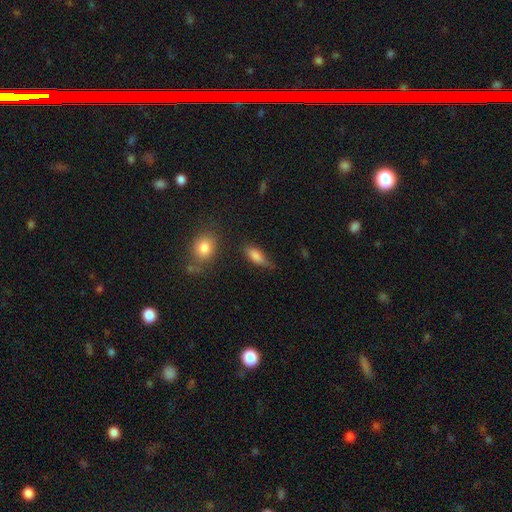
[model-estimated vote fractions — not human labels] smooth-or-featured: smooth: 80% | featured or disk: 12% | star or artifact: 8%
  how-rounded: in between: 71% | cigar-shaped: 25% | round: 4%
  merging: none: 54% | minor disturbance: 32% | major disturbance: 9% | merger: 4%